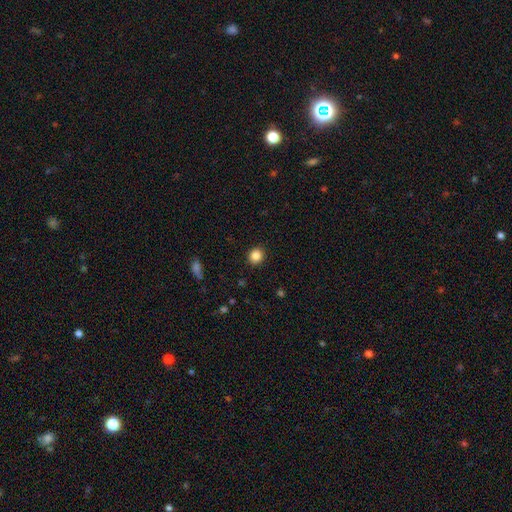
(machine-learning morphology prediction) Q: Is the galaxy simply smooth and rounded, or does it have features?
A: smooth — 85%.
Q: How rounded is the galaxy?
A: round — 82%.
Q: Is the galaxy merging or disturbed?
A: none — 91%.